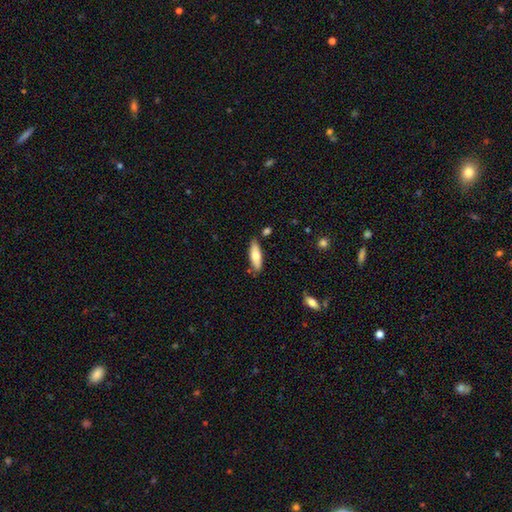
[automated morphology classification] type=smooth (71%); roundness=in between (49%, tied with cigar-shaped); merging=none (81%).